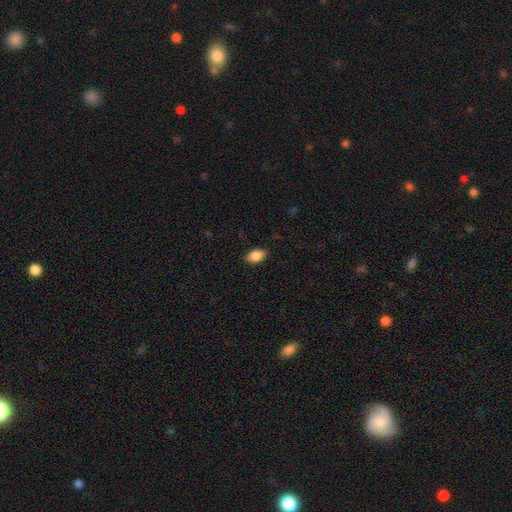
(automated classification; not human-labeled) The model was most divided on "merging": none: 85%, minor disturbance: 11%, major disturbance: 2%, merger: 1%. More confident: how rounded — in between (90%); smooth or featured — smooth (86%).